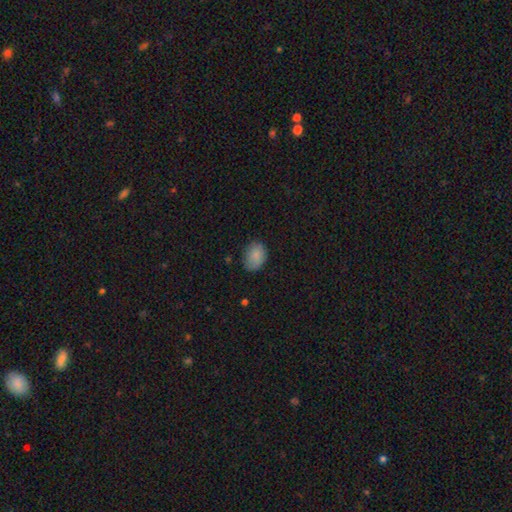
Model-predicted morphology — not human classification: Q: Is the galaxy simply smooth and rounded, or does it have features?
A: smooth — 86%.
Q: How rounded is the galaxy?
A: in between — 74%.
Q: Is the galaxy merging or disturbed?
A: none — 75%.